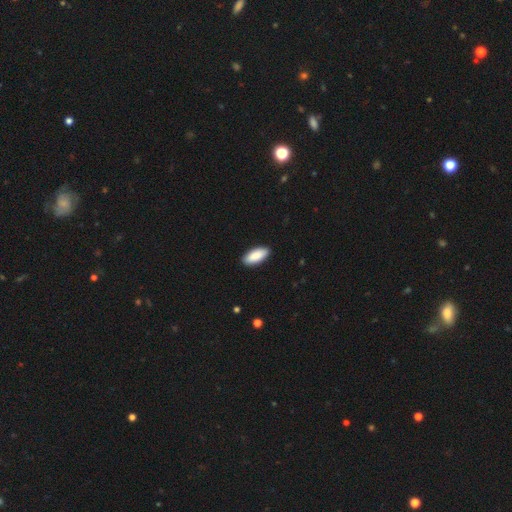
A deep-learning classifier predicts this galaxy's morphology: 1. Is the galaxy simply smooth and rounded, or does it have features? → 90% smooth, 5% star or artifact, 4% featured or disk.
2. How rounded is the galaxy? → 89% in between, 9% cigar-shaped, 2% round.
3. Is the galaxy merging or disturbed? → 90% none, 8% minor disturbance, 2% major disturbance, 1% merger.